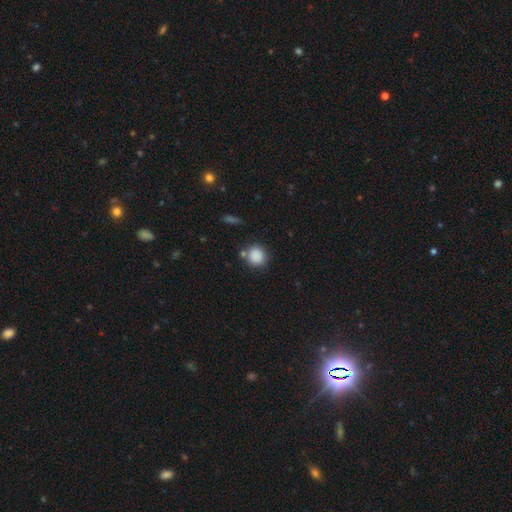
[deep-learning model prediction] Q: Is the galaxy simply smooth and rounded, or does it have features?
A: smooth — 87%.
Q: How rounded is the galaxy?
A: round — 86%.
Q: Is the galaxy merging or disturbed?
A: none — 76%.